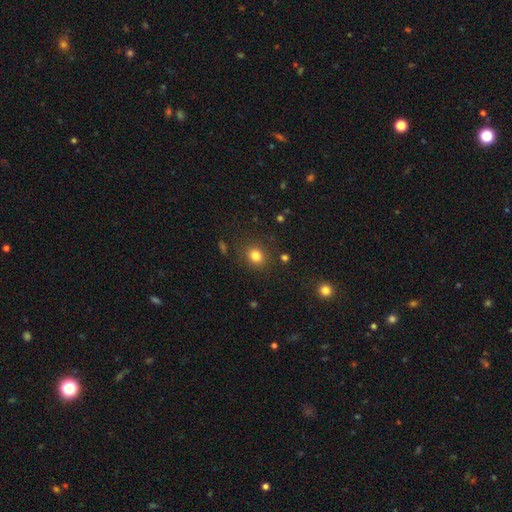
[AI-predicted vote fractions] The model was most divided on "how rounded": round: 71%, in between: 28%, cigar-shaped: 1%. More confident: merging — none (84%); smooth or featured — smooth (81%).